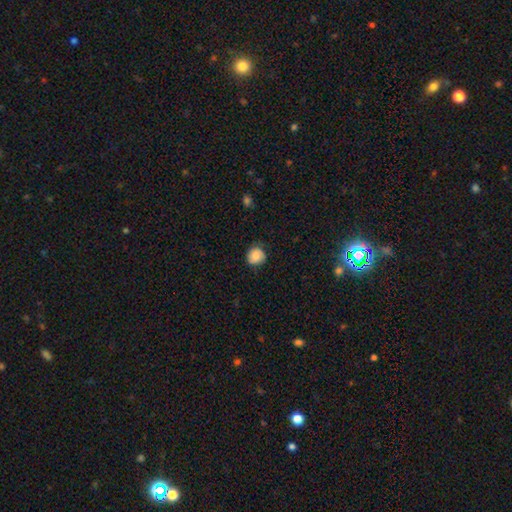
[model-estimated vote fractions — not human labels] A smooth galaxy with no disk features (77%) that is round (83%).

Vote fractions:
- Smooth or featured? smooth: 77% / featured or disk: 14% / star or artifact: 9%
- How rounded? round: 83% / in between: 16% / cigar-shaped: 1%
- Merging? none: 76% / minor disturbance: 19% / major disturbance: 4% / merger: 1%